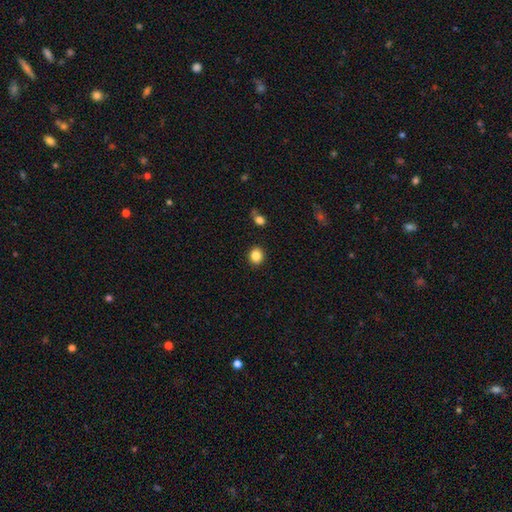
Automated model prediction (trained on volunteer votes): A smooth galaxy with no disk features (86%) that is round (72%). Merging: none (90%).